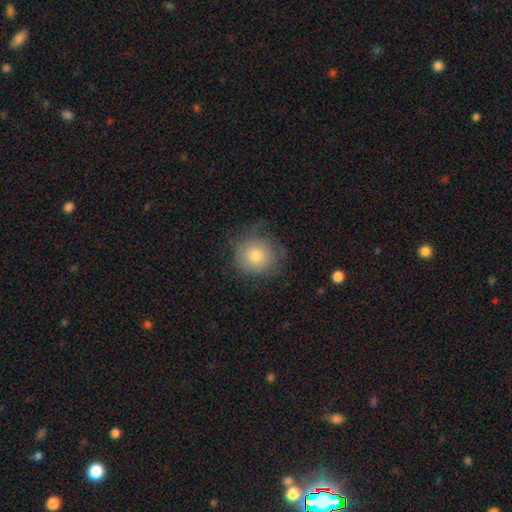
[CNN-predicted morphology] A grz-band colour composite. It shows a smooth galaxy with no disk features (67%) that is round (90%). Merging: none (68%).